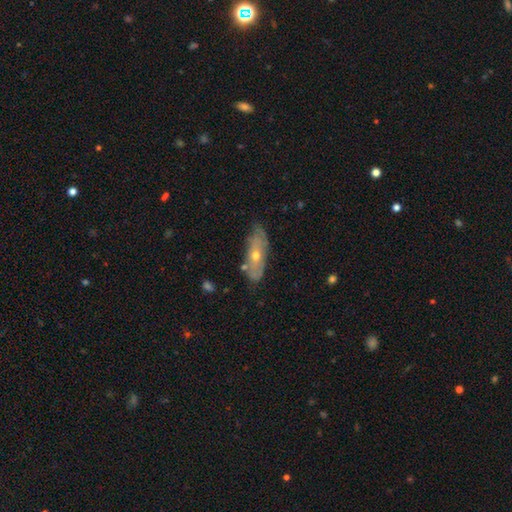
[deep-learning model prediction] Smooth or featured? featured or disk (54%)
Edge-on disk? no (72%)
Merging? none (70%)